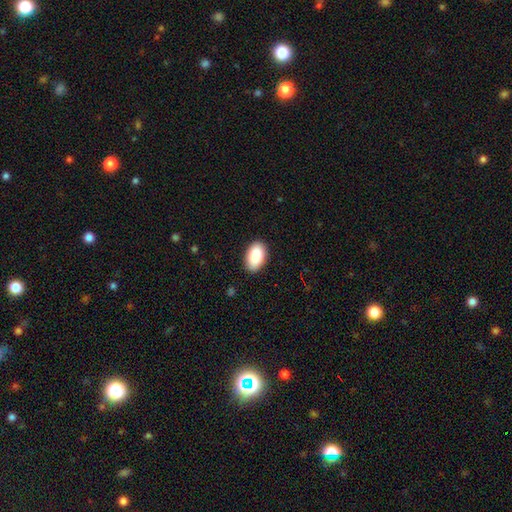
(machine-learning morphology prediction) Q: Smooth or featured?
A: smooth (90%); runner-up: star or artifact (6%)
Q: How rounded?
A: in between (94%); runner-up: round (4%)
Q: Merging?
A: none (88%); runner-up: minor disturbance (9%)